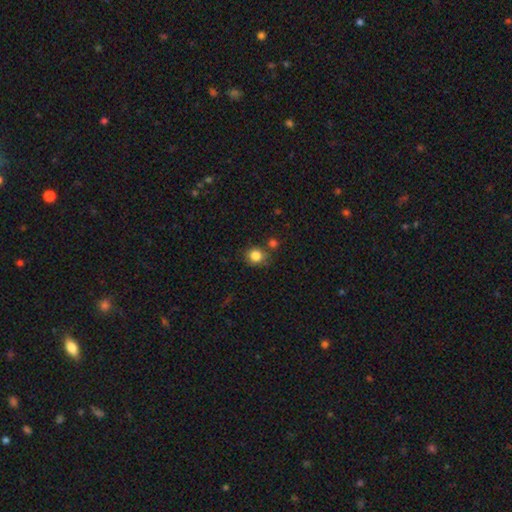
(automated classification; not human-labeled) Smooth or featured? smooth (84%)
How rounded? round (84%)
Merging? none (73%)